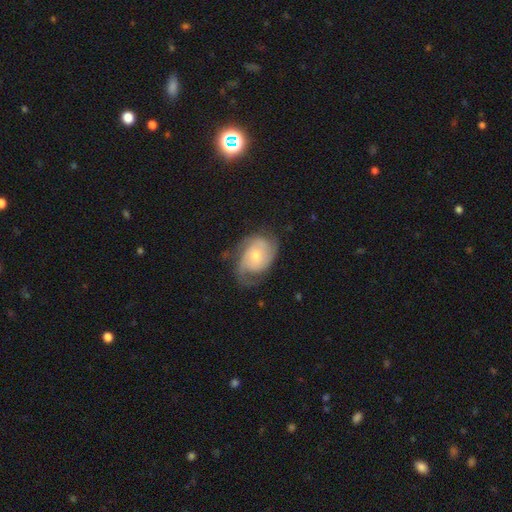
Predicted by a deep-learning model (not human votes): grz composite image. It shows a featured or disk galaxy (75%) with no bar (73%), 2 (46%) tight (42%) spiral arms (93%) and a moderate central bulge (48%). Merging: none (58%).